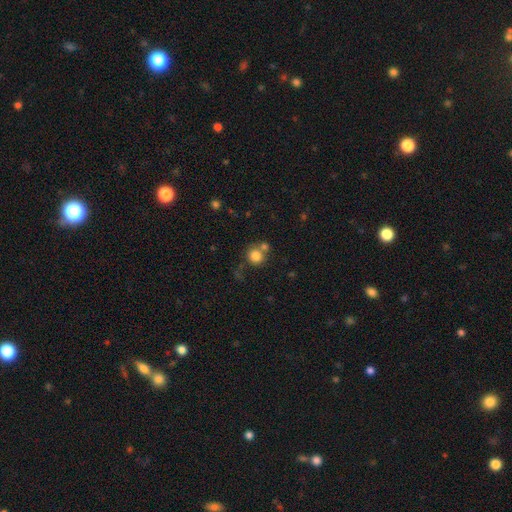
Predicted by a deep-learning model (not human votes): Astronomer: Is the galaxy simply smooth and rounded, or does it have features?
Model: smooth — 81%.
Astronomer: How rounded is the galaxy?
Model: round — 89%.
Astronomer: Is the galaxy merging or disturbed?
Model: none — 56%.